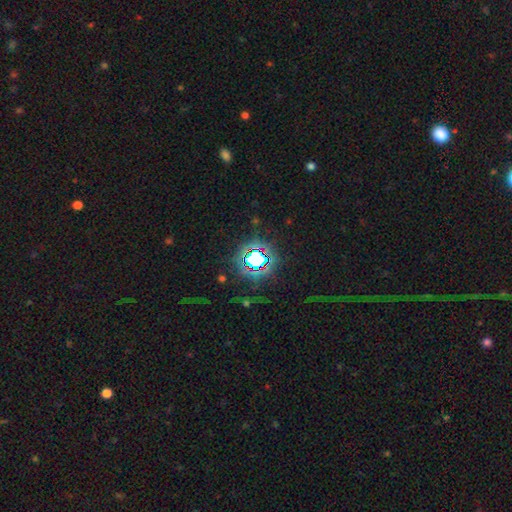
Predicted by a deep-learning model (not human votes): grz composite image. It shows a star or artifact, not a galaxy (81%).